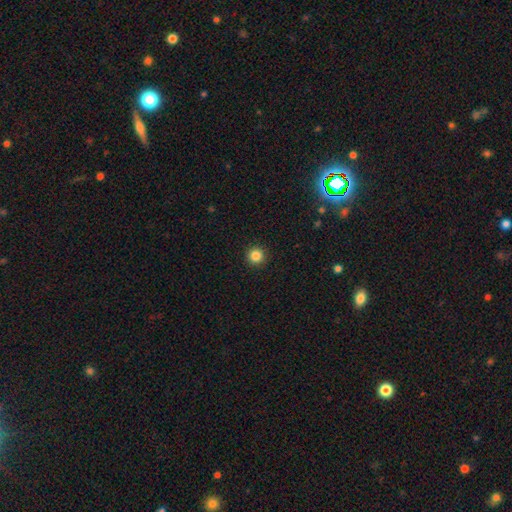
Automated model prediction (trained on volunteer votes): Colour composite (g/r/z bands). It shows a smooth galaxy with no disk features (84%) that is round (96%). Merging: none (93%).